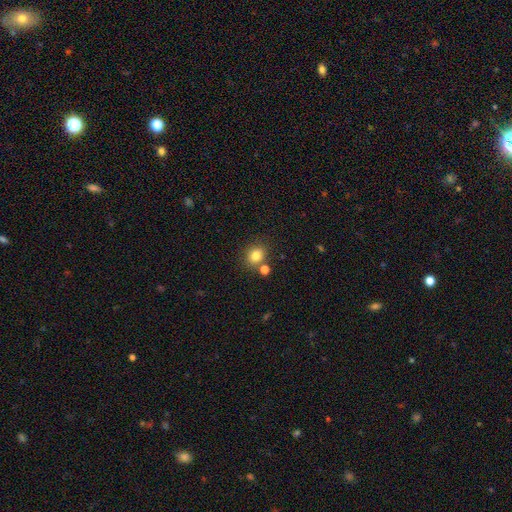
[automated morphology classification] This appears to be a smooth galaxy with no disk features (81%) that is round (68%). Merging: none (72%).